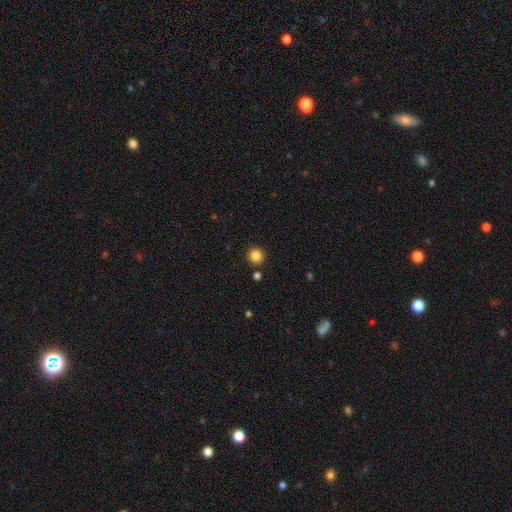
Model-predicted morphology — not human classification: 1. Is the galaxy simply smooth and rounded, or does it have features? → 85% smooth, 11% star or artifact, 3% featured or disk.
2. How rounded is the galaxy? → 96% round, 4% in between, 1% cigar-shaped.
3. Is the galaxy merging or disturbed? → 89% none, 5% minor disturbance, 3% merger, 2% major disturbance.